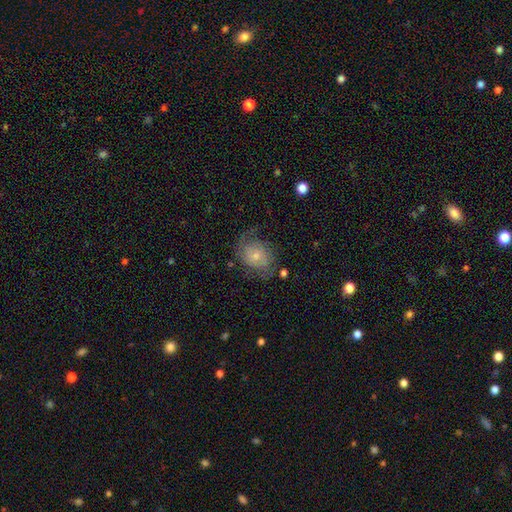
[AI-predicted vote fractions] Overall: featured or disk (66%). Edge-on disk: no (97%). Bar: no (71%). Spiral arms: yes (87%). Spiral arm count: 2 (69%). Spiral winding: medium (43%; tight 33%). Bulge size: small (59%; moderate 33%). Merging: none (66%).